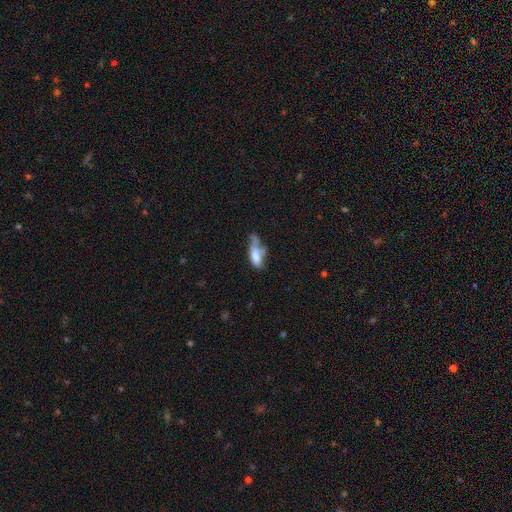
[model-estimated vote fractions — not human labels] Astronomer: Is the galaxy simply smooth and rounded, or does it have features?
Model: smooth — 67%.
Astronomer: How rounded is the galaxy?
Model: in between — 70%.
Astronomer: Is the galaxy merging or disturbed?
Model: minor disturbance — 26% (runner-up: major disturbance, 25%).